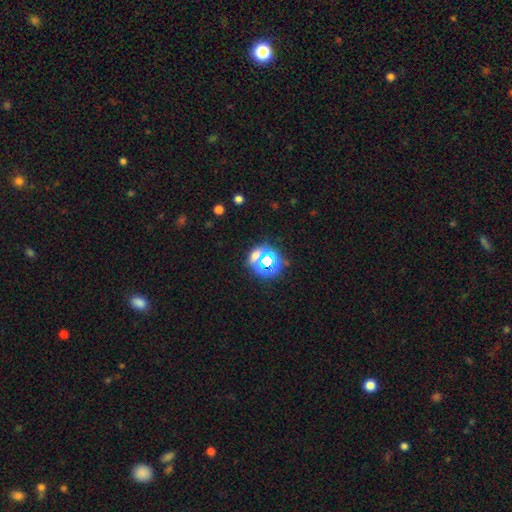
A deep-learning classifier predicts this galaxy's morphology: Overall: star or artifact (60%; smooth 29%).